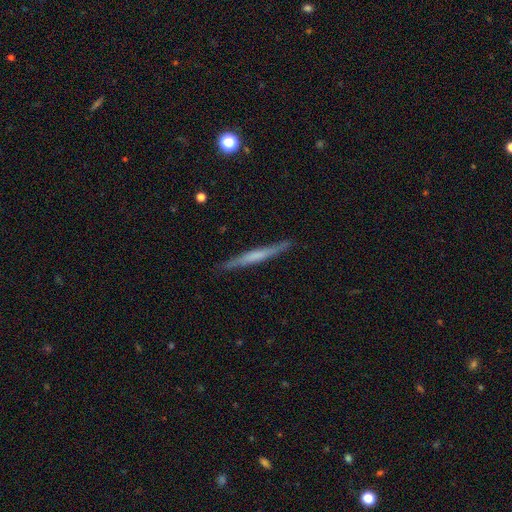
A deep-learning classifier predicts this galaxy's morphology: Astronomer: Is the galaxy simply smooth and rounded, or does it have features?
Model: featured or disk — 50% (runner-up: smooth, 44%).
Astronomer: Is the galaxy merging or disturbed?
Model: none — 88%.